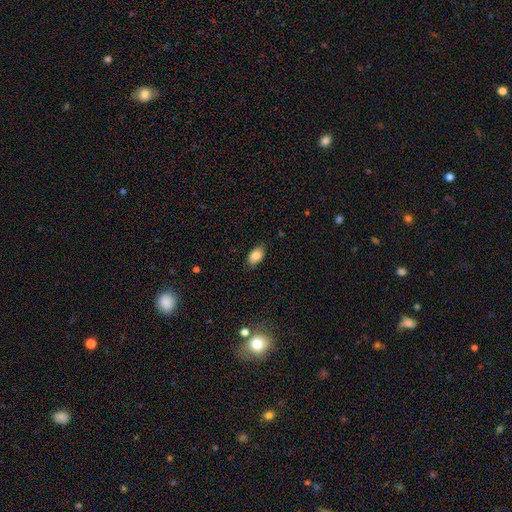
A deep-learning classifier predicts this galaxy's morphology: A smooth galaxy with no disk features (86%) that is in between round and cigar-shaped (92%).

Vote fractions:
- Smooth or featured? smooth: 86% / star or artifact: 8% / featured or disk: 6%
- How rounded? in between: 92% / round: 7% / cigar-shaped: 2%
- Merging? none: 85% / minor disturbance: 12% / major disturbance: 2% / merger: 1%